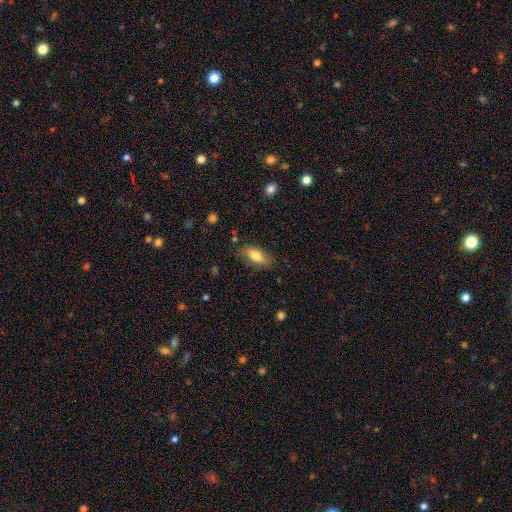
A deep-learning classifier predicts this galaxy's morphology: This appears to be a smooth galaxy with no disk features (75%) that is in between round and cigar-shaped (81%). Merging: none (79%).